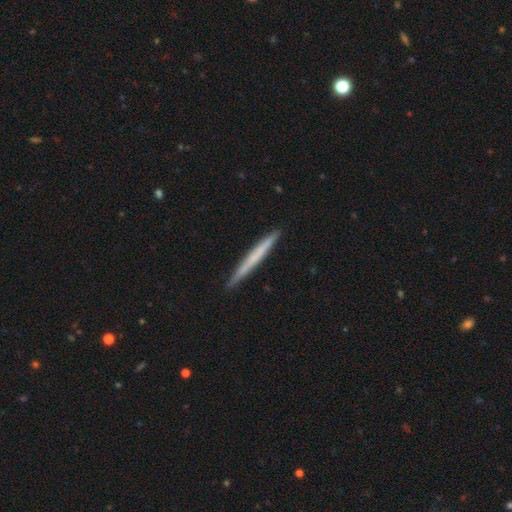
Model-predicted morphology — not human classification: Overall: smooth (54%; featured or disk 41%). How rounded: cigar-shaped (97%). Merging: none (91%).